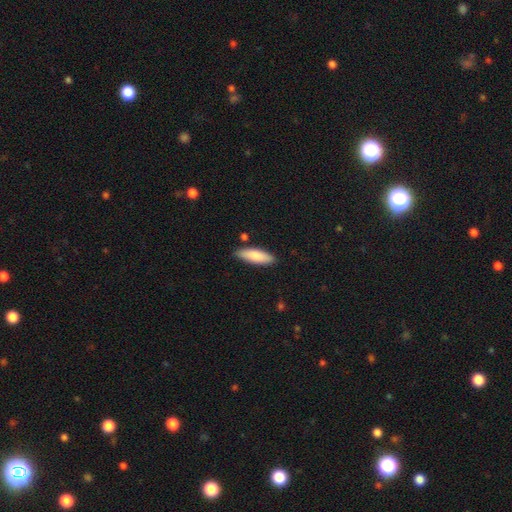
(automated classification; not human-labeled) A smooth galaxy with no disk features (82%) that is in between round and cigar-shaped (56%). Merging: none (83%).